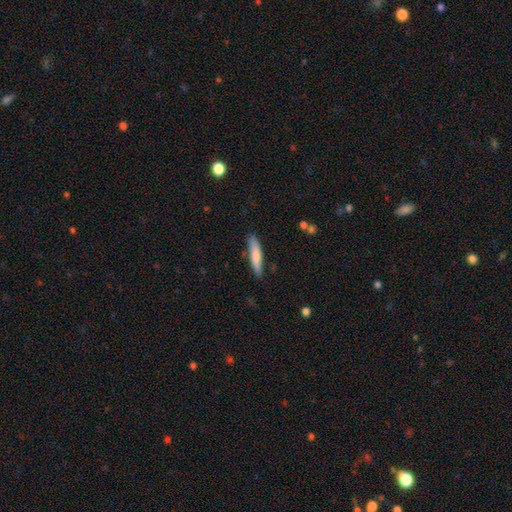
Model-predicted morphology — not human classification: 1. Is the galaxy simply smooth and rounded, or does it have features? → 76% smooth, 18% featured or disk, 5% star or artifact.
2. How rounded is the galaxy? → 86% cigar-shaped, 13% in between, 1% round.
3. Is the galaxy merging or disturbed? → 82% none, 14% minor disturbance, 2% merger, 2% major disturbance.